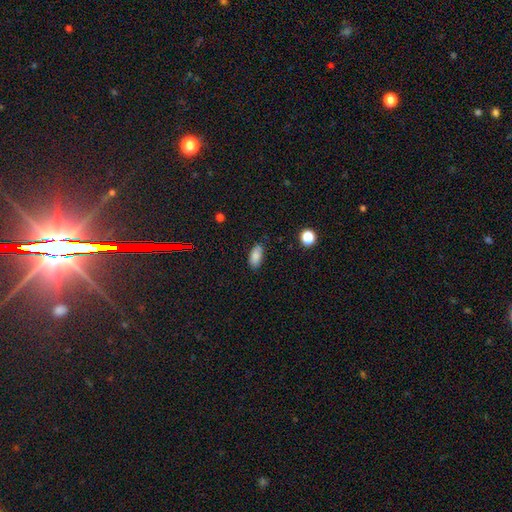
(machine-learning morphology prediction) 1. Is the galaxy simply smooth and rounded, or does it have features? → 84% smooth, 9% star or artifact, 6% featured or disk.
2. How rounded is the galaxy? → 90% in between, 6% cigar-shaped, 4% round.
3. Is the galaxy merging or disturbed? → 81% none, 15% minor disturbance, 3% major disturbance, 1% merger.